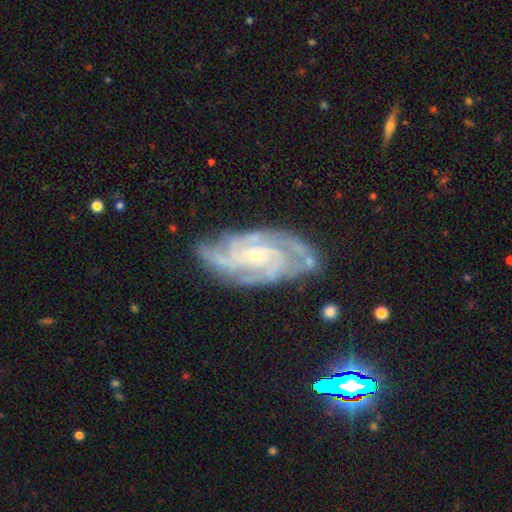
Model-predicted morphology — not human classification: Smooth or featured?
  - featured or disk: 90% *
  - star or artifact: 5%
  - smooth: 5%
Edge-on disk?
  - no: 96% *
  - yes: 4%
Bar?
  - no: 61% *
  - weak: 29%
  - strong: 10%
Spiral arms?
  - yes: 98% *
  - no: 2%
Spiral winding?
  - tight: 64% *
  - medium: 32%
  - loose: 5%
Spiral arm count?
  - 3: 32% *
  - 4: 28%
  - 2: 14%
  - can't tell: 14%
  - more than 4: 7%
  - 1: 5%
Bulge size?
  - small: 80% *
  - moderate: 16%
  - none: 2%
  - large: 1%
  - dominant: 1%
Merging?
  - none: 73% *
  - minor disturbance: 19%
  - major disturbance: 6%
  - merger: 2%